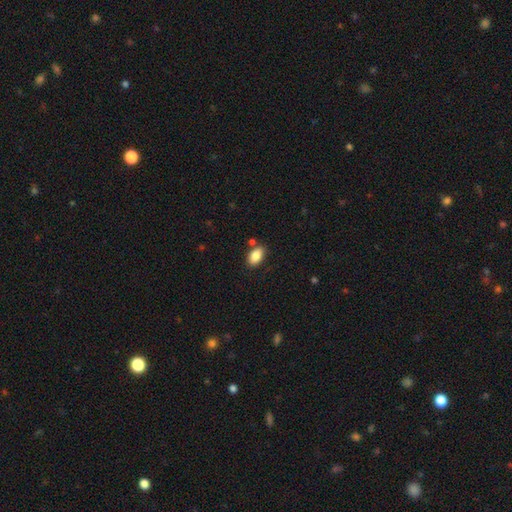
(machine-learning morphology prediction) This appears to be a smooth galaxy with no disk features (86%) that is in between round and cigar-shaped (92%). Merging: none (78%).